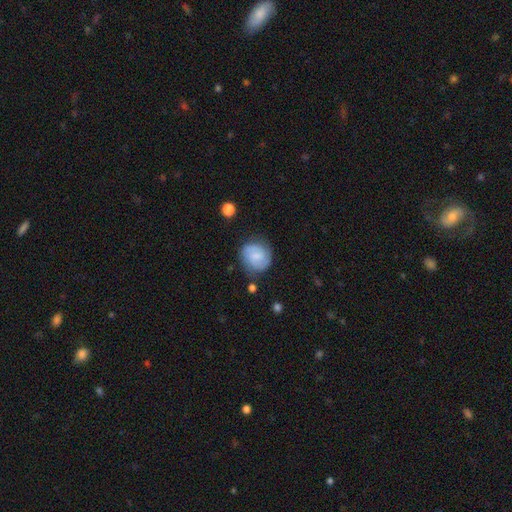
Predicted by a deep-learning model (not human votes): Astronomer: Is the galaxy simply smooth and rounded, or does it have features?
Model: featured or disk — 58% (runner-up: smooth, 35%).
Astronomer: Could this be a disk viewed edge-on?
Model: no — 98%.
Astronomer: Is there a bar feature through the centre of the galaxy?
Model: weak — 47% (runner-up: no, 44%).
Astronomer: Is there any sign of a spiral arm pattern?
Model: yes — 92%.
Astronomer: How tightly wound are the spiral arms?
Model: tight — 50% (runner-up: medium, 39%).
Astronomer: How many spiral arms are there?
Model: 2 — 73%.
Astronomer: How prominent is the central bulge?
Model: small — 37% (runner-up: none, 34%).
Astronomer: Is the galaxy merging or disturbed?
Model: none — 74%.